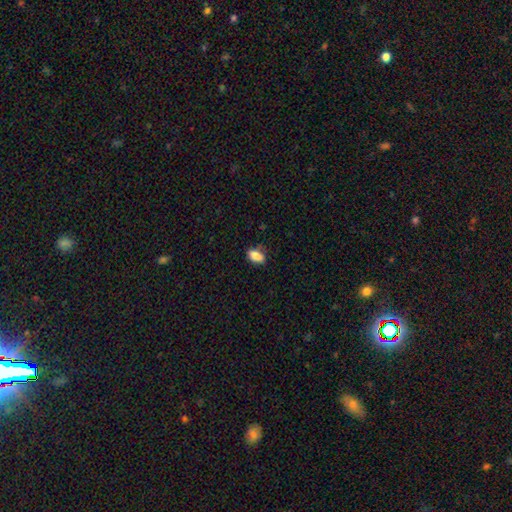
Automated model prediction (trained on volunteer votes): Overall: smooth (84%). How rounded: in between (87%). Merging: none (72%).